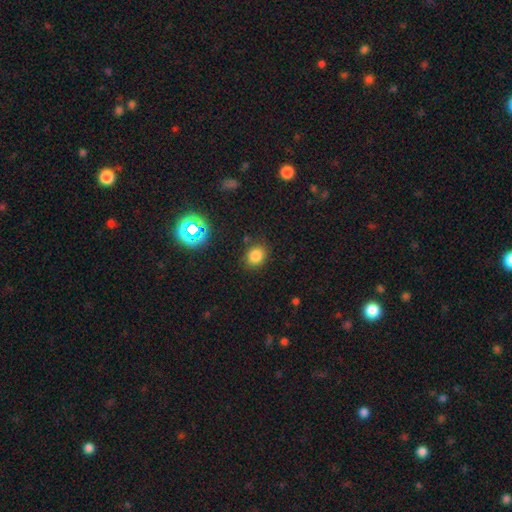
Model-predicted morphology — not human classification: This appears to be a smooth galaxy with no disk features (78%) that is round (61%). Merging: none (84%).